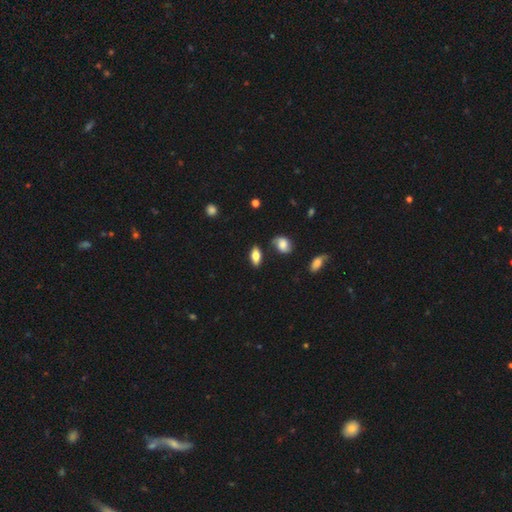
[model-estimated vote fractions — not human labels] smooth_or_featured: smooth (p=0.76) [alt: featured or disk p=0.17]
how_rounded: in between (p=0.86) [alt: cigar-shaped p=0.09]
merging: none (p=0.75) [alt: minor disturbance p=0.16]